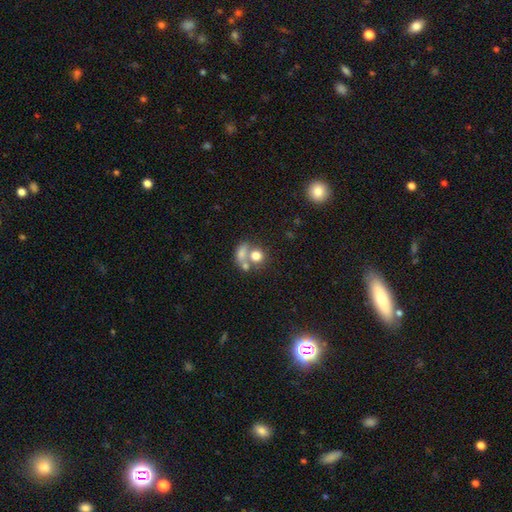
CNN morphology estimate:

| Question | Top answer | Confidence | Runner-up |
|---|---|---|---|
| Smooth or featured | smooth | 70% | featured or disk (18%) |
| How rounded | round | 70% | in between (29%) |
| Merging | merger | 50% | none (35%) |